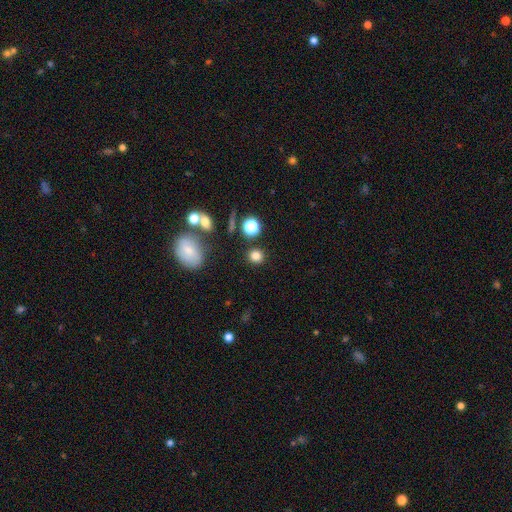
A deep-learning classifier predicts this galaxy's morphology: type=smooth (80%); roundness=round (85%); merging=none (84%).